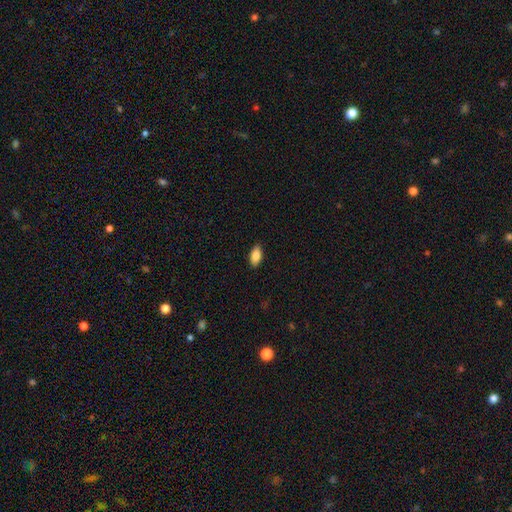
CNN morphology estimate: This is clearly a smooth galaxy (86%). How rounded: clearly in between (91%). Merging: clearly none (88%).